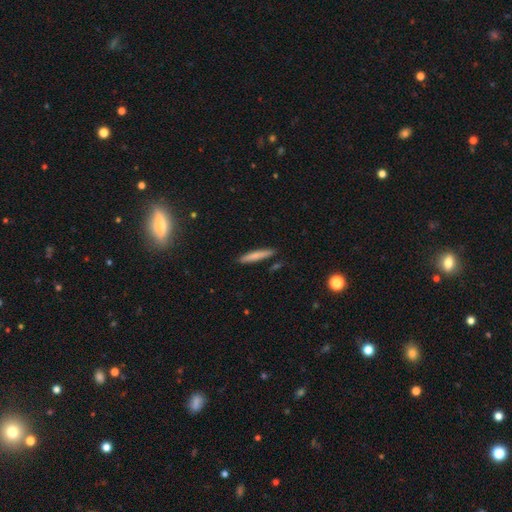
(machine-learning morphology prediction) Smooth or featured? smooth (75%)
How rounded? cigar-shaped (92%)
Merging? none (87%)